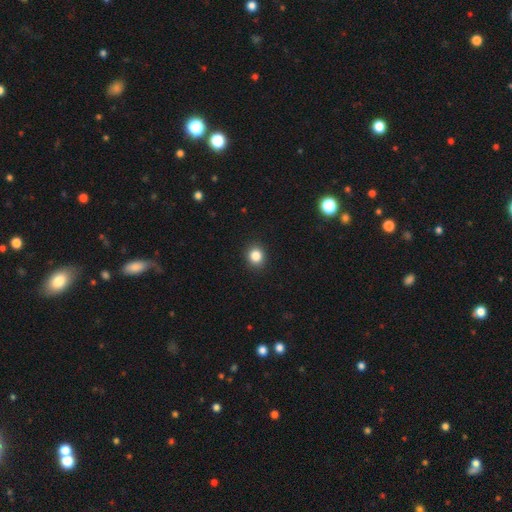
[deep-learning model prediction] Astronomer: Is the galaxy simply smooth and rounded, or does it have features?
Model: smooth — 85%.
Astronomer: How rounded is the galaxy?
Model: round — 81%.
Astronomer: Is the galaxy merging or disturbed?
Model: none — 92%.